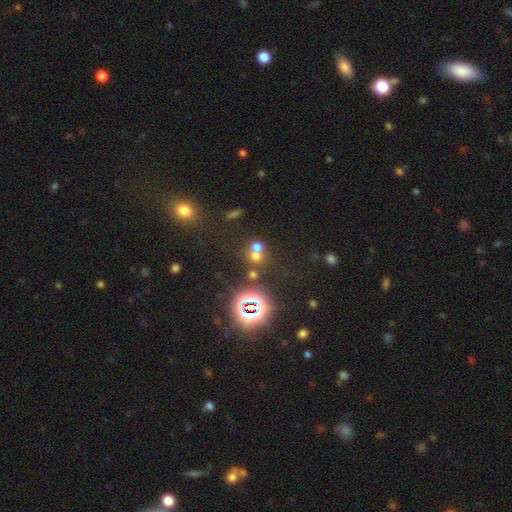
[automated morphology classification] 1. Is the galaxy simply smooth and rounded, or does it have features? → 54% smooth, 33% star or artifact, 13% featured or disk.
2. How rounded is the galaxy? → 82% round, 17% in between, 1% cigar-shaped.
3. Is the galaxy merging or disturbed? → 46% merger, 44% none, 6% minor disturbance, 4% major disturbance.